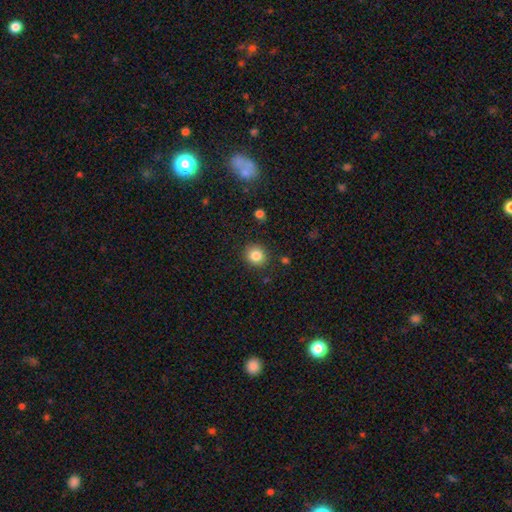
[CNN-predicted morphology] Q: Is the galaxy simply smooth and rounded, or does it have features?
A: smooth — 83%.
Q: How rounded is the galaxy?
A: round — 85%.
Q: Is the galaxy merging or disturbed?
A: none — 89%.